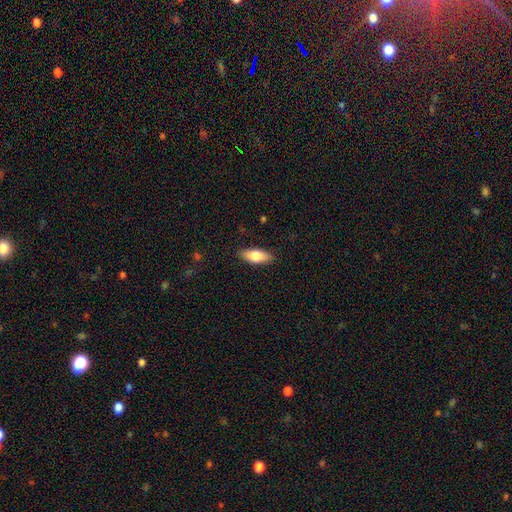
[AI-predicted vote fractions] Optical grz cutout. It shows a smooth galaxy with no disk features (75%) that is in between round and cigar-shaped (79%). Merging: none (87%).